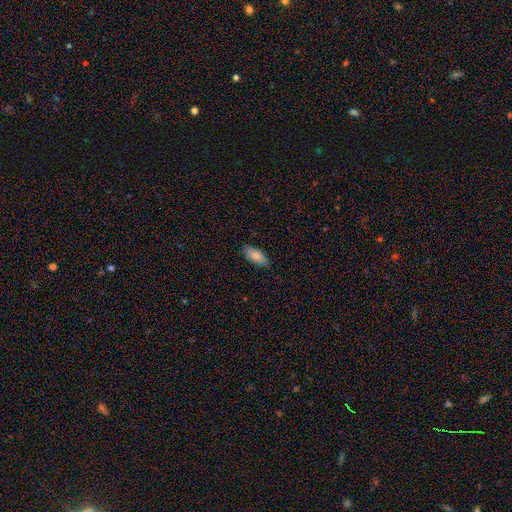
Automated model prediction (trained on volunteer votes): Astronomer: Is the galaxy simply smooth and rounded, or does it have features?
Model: smooth — 83%.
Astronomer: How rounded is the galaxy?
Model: in between — 88%.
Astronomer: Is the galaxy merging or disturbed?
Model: none — 84%.